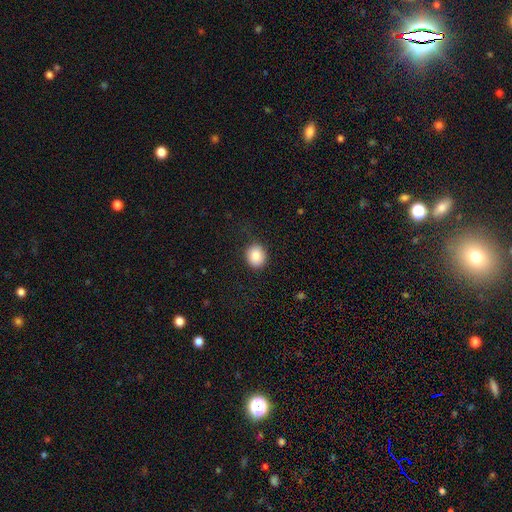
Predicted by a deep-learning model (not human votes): Q: Smooth or featured?
A: smooth (85%); runner-up: star or artifact (9%)
Q: How rounded?
A: round (77%); runner-up: in between (22%)
Q: Merging?
A: none (83%); runner-up: minor disturbance (11%)